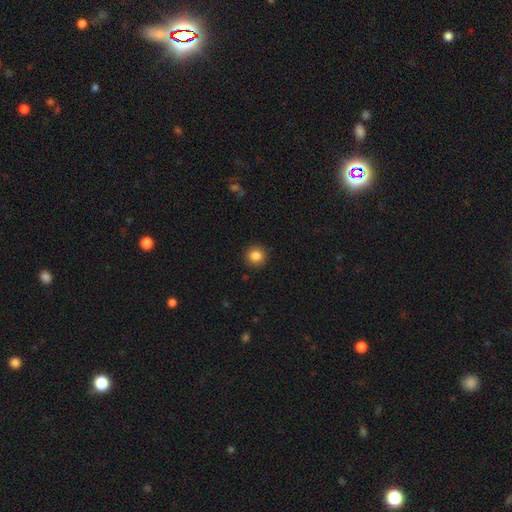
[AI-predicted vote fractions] Q: Smooth or featured?
A: smooth (85%); runner-up: star or artifact (10%)
Q: How rounded?
A: round (94%); runner-up: in between (5%)
Q: Merging?
A: none (92%); runner-up: minor disturbance (5%)